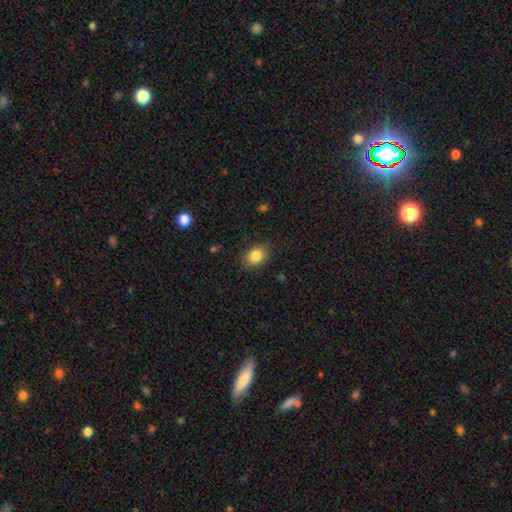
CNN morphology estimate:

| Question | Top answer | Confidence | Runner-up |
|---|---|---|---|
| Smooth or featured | smooth | 84% | star or artifact (9%) |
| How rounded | in between | 67% | round (32%) |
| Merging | none | 85% | minor disturbance (11%) |